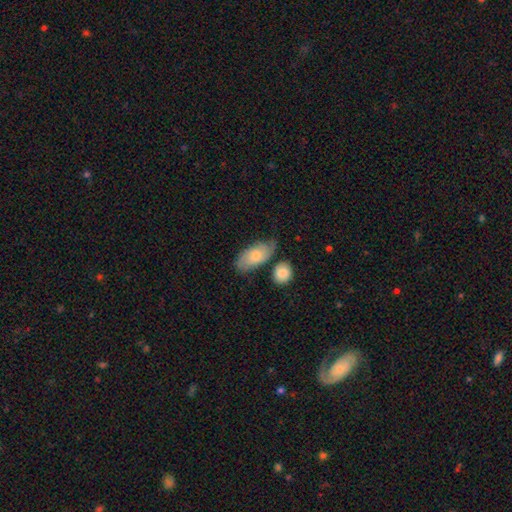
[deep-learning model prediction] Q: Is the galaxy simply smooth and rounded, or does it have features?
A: smooth — 59%.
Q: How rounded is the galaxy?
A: in between — 91%.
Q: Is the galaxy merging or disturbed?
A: none — 57%.